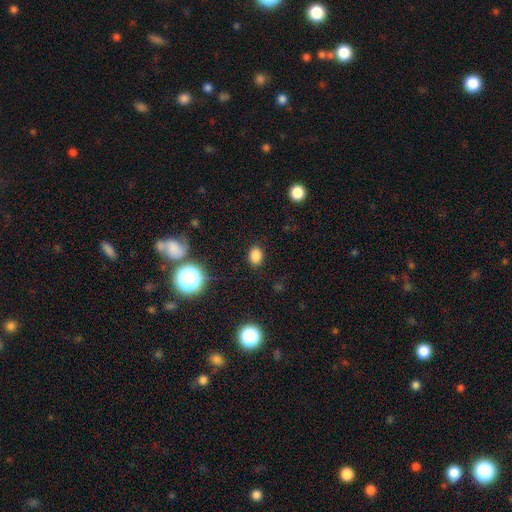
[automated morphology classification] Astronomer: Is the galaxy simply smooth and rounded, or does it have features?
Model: smooth — 81%.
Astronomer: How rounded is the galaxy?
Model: in between — 67%.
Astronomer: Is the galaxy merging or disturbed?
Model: none — 87%.